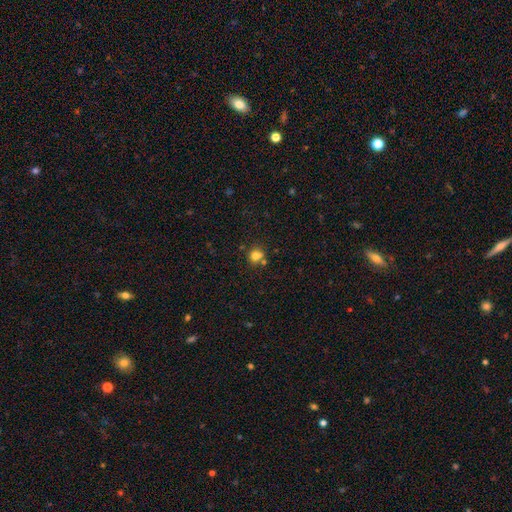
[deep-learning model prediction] Smooth or featured?
  - smooth: 77% *
  - star or artifact: 14%
  - featured or disk: 9%
How rounded?
  - round: 77% *
  - in between: 22%
  - cigar-shaped: 1%
Merging?
  - none: 60% *
  - merger: 23%
  - minor disturbance: 12%
  - major disturbance: 4%